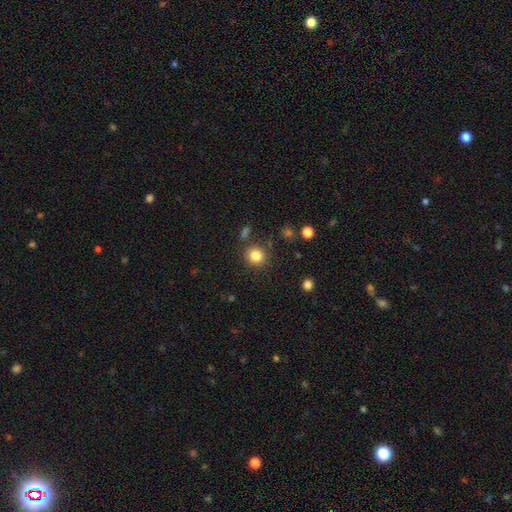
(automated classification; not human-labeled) Overall: smooth (83%). How rounded: round (90%). Merging: none (84%).